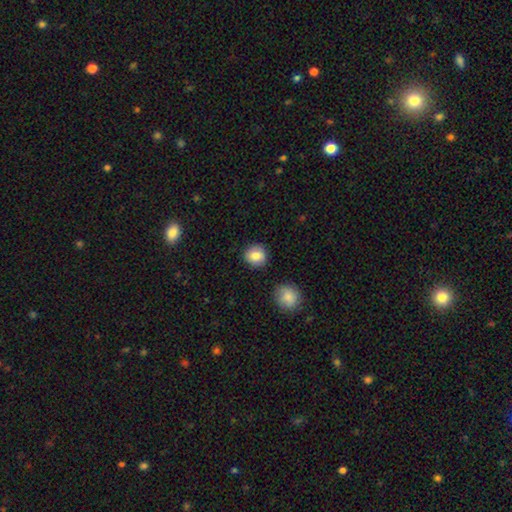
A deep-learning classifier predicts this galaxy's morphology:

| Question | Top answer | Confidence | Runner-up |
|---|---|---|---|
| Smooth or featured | smooth | 84% | star or artifact (8%) |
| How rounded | round | 88% | in between (11%) |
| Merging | none | 88% | minor disturbance (8%) |